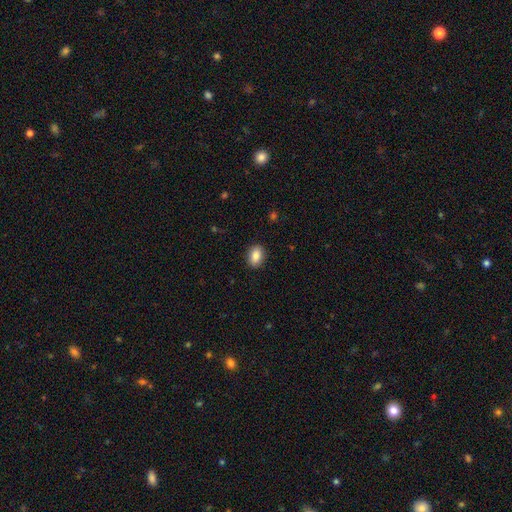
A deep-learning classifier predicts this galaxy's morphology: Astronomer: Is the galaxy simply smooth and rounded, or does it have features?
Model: smooth — 86%.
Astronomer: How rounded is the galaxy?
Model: in between — 79%.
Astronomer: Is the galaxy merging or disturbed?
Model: none — 89%.